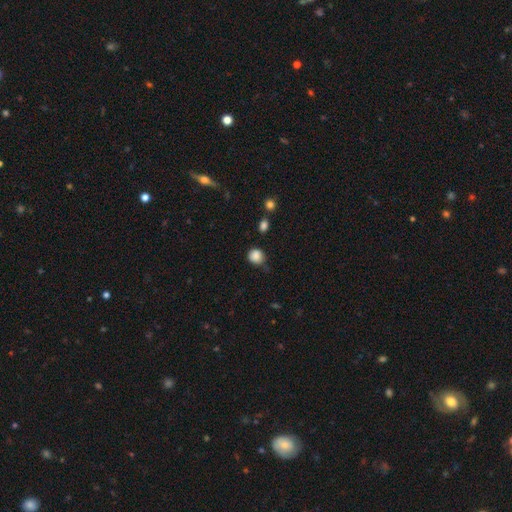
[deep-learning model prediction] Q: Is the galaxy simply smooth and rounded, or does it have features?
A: smooth — 86%.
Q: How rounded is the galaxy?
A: round — 81%.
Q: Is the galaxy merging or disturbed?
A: none — 67%.